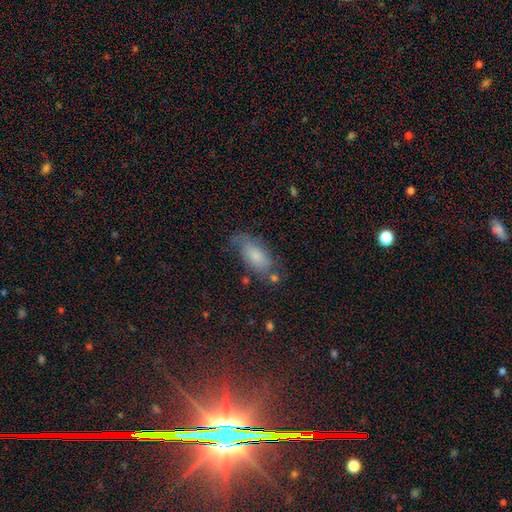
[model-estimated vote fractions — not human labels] This is likely a smooth galaxy (67%). How rounded: clearly in between (84%). Merging: possibly none (55%).